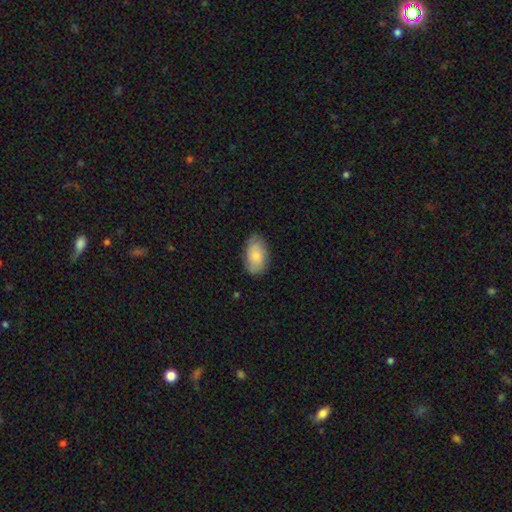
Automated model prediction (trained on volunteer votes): A smooth galaxy with no disk features (80%) that is in between round and cigar-shaped (93%).

Vote fractions:
- Smooth or featured? smooth: 80% / featured or disk: 14% / star or artifact: 6%
- How rounded? in between: 93% / round: 5% / cigar-shaped: 1%
- Merging? none: 80% / minor disturbance: 16% / major disturbance: 3% / merger: 1%